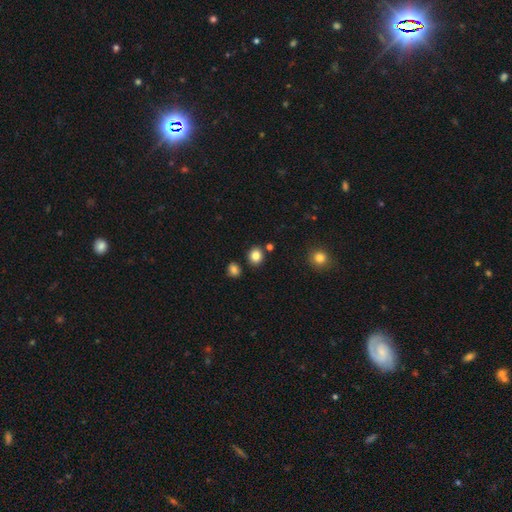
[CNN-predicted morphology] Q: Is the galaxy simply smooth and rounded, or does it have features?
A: smooth — 84%.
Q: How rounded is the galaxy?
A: round — 76%.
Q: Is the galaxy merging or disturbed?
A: none — 85%.